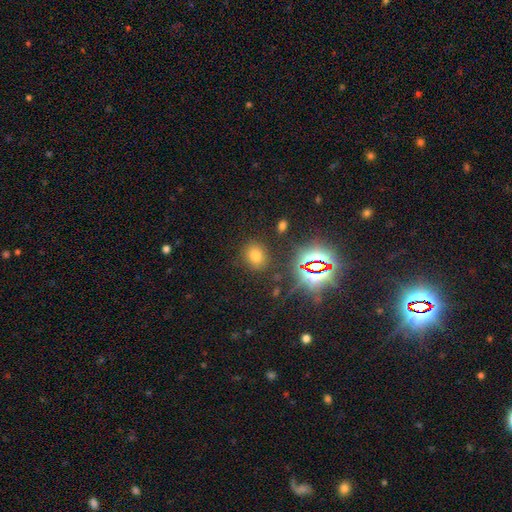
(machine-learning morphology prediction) This is likely a smooth galaxy (64%). How rounded: likely round (63%). Merging: clearly none (84%).